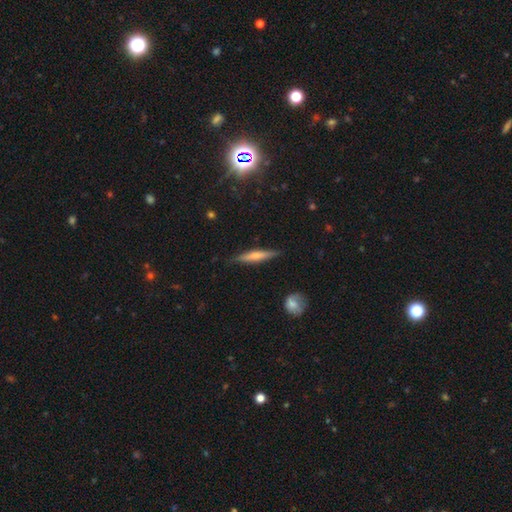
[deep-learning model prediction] smooth 54%, featured or disk 40%, star or artifact 6%. Down the decision tree: how rounded — cigar-shaped (88%); merging — none (84%).